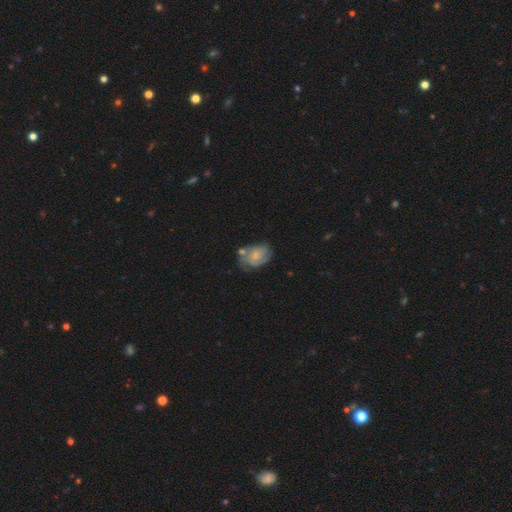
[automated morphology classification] type=featured or disk (55%); edge-on=no (97%); bar=no (66%); spiral arms=yes (78%); bulge=small (45%); merging=none (48%).